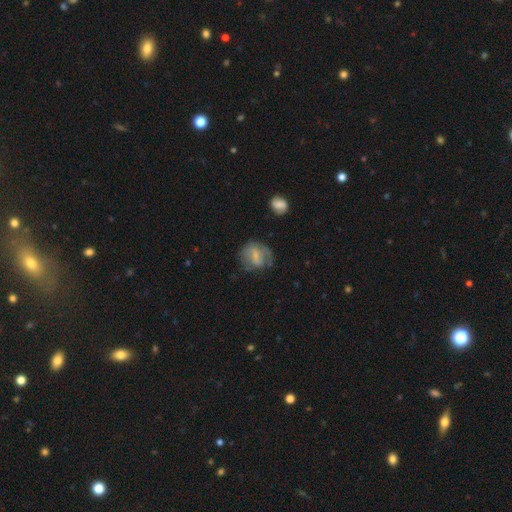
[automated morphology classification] smooth 52%, featured or disk 39%, star or artifact 9%. Down the decision tree: how rounded — round (60%); merging — none (53%).